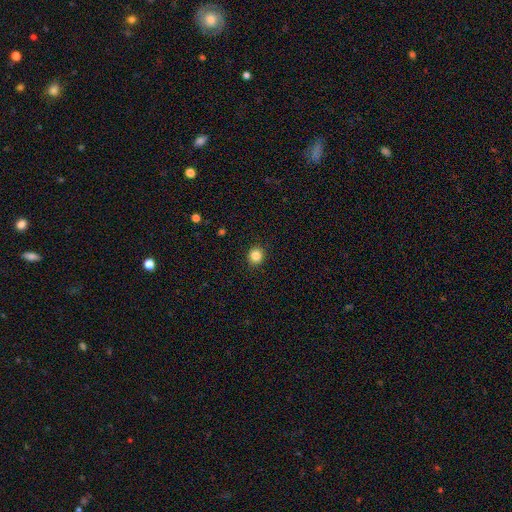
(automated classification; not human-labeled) smooth_or_featured: smooth (p=0.85) [alt: star or artifact p=0.11]
how_rounded: round (p=0.85) [alt: in between p=0.14]
merging: none (p=0.92) [alt: minor disturbance p=0.05]